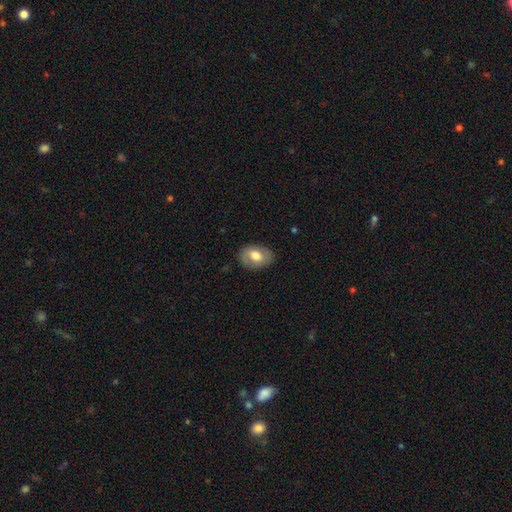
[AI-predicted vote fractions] A smooth galaxy with no disk features (70%) that is in between round and cigar-shaped (81%).

Vote fractions:
- Smooth or featured? smooth: 70% / featured or disk: 24% / star or artifact: 7%
- How rounded? in between: 81% / round: 17% / cigar-shaped: 1%
- Merging? none: 83% / minor disturbance: 13% / major disturbance: 3% / merger: 1%